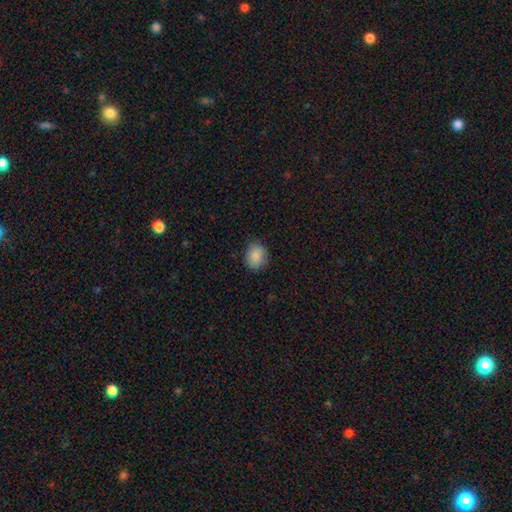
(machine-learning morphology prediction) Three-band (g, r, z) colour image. It shows a smooth galaxy with no disk features (87%) that is round (61%). Merging: none (82%).